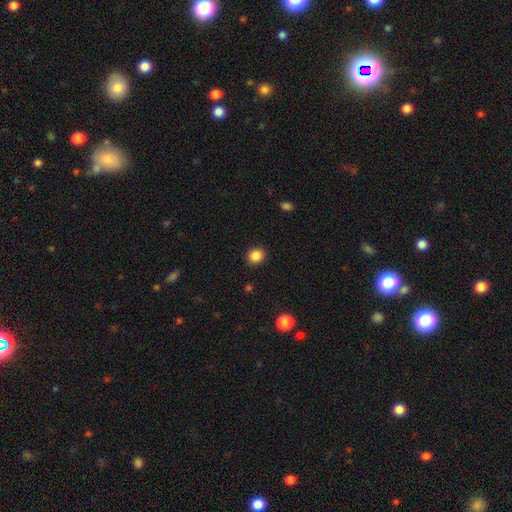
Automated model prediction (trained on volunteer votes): smooth-or-featured: smooth: 87% | star or artifact: 10% | featured or disk: 3%
  how-rounded: round: 79% | in between: 20% | cigar-shaped: 1%
  merging: none: 91% | minor disturbance: 6% | major disturbance: 2% | merger: 1%